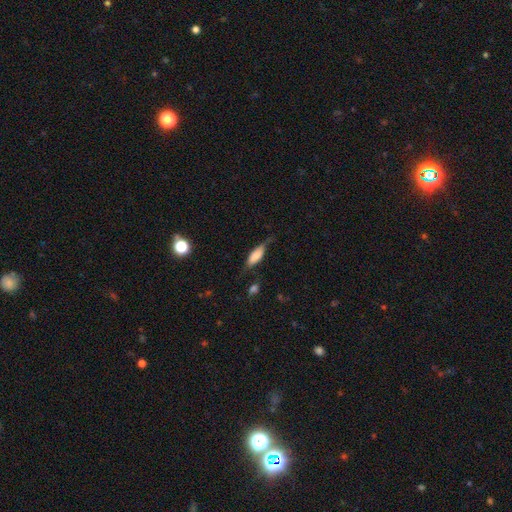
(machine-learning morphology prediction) This is likely a smooth galaxy (69%). How rounded: likely in between (68%). Merging: possibly none (52%).